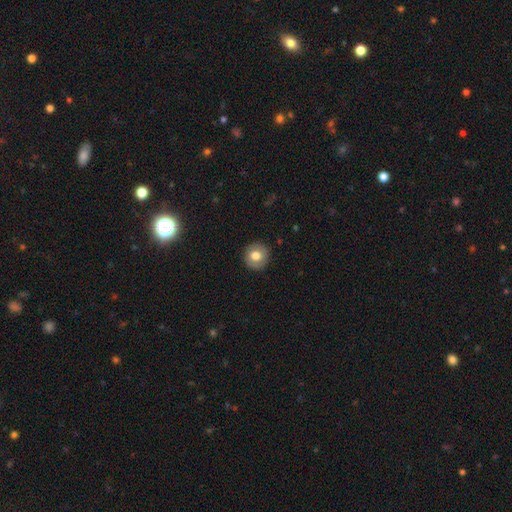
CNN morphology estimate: This appears to be a smooth galaxy with no disk features (73%) that is round (91%). Merging: none (89%).